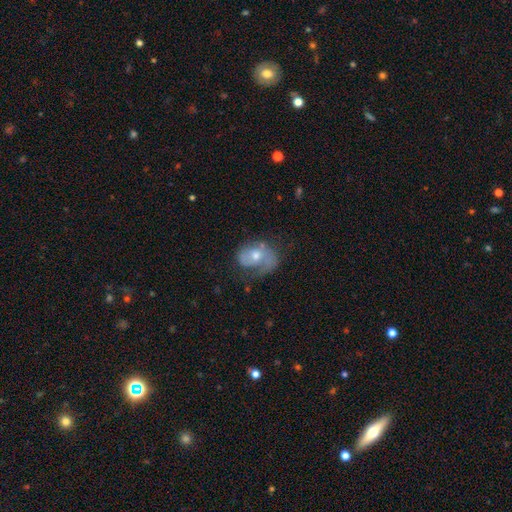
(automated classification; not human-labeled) Smooth or featured: featured or disk — 54% (smooth — 38%)
Edge-on disk: no — 96% (yes — 4%)
Bar: no — 75% (weak — 21%)
Spiral arms: yes — 69% (no — 31%)
Bulge size: moderate — 63% (small — 30%)
Merging: none — 37% (major disturbance — 31%)